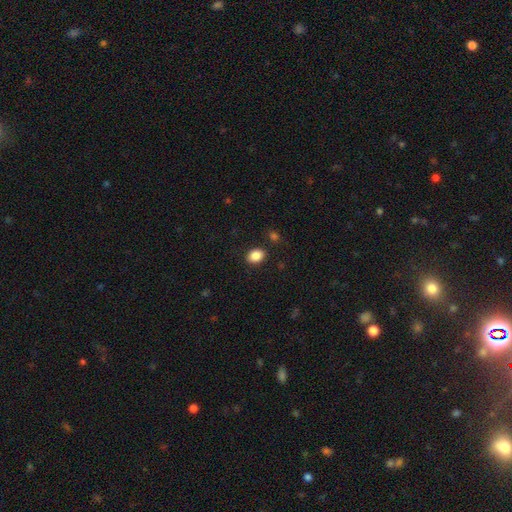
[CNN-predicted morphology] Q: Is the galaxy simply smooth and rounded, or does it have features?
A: smooth — 87%.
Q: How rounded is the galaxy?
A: in between — 69%.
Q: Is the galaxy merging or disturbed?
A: none — 87%.